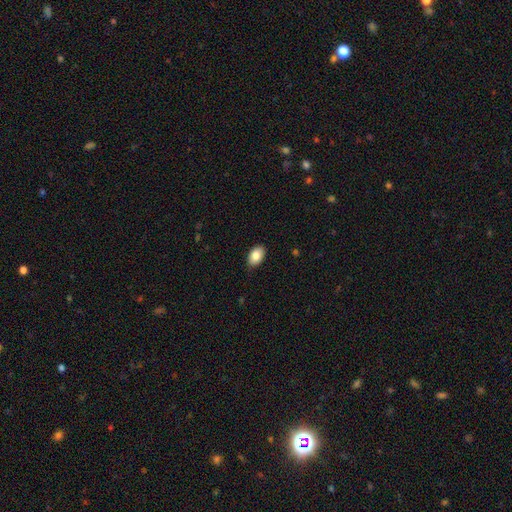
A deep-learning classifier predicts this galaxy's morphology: Smooth or featured? smooth (84%)
How rounded? in between (89%)
Merging? none (85%)